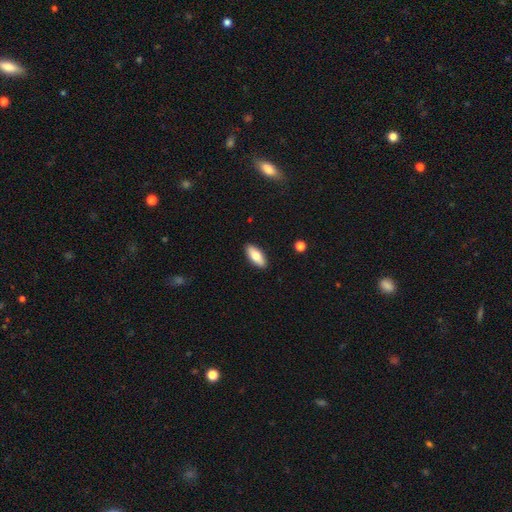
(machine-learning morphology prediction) type=smooth (78%); roundness=in between (83%); merging=none (90%).